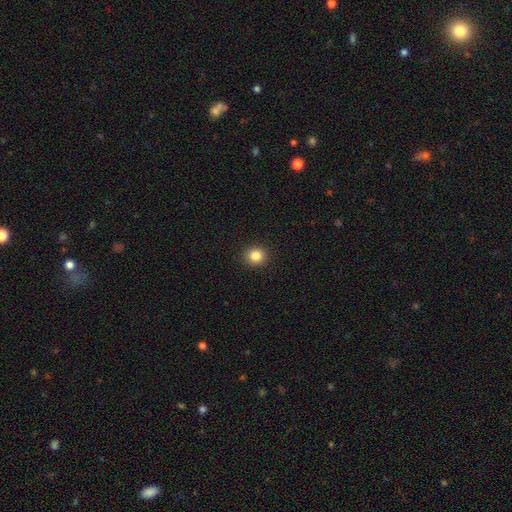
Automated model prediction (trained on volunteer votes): smooth_or_featured: smooth (p=0.85) [alt: star or artifact p=0.11]
how_rounded: round (p=0.88) [alt: in between p=0.11]
merging: none (p=0.92) [alt: minor disturbance p=0.05]